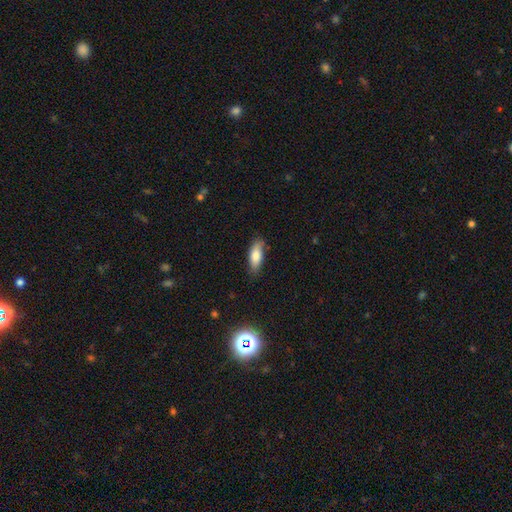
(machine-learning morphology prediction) This appears to be a smooth galaxy with no disk features (80%) that is in between round and cigar-shaped (72%). Merging: none (78%).